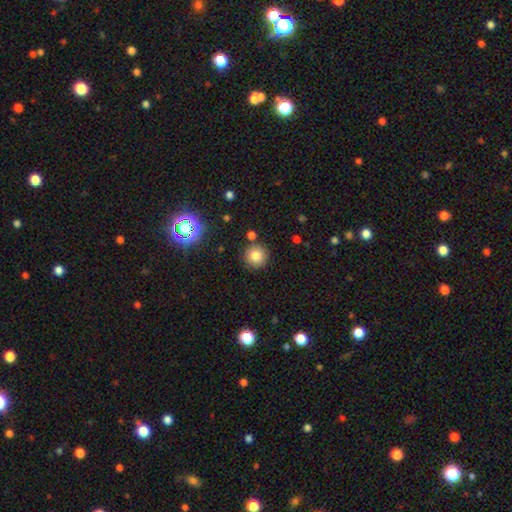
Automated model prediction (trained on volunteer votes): Q: Smooth or featured?
A: smooth (79%); runner-up: star or artifact (13%)
Q: How rounded?
A: round (95%); runner-up: in between (4%)
Q: Merging?
A: none (85%); runner-up: minor disturbance (7%)